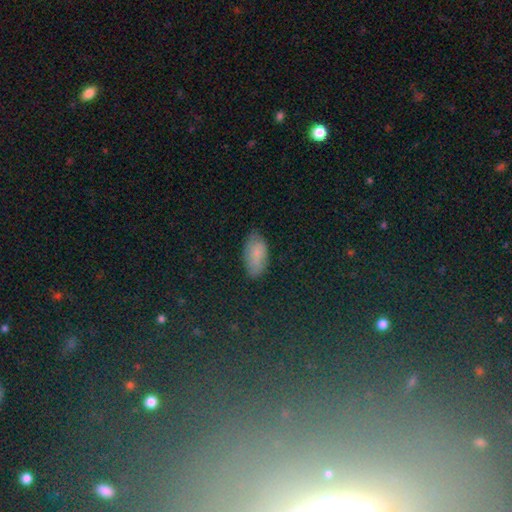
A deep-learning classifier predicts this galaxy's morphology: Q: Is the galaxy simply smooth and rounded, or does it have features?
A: smooth — 78%.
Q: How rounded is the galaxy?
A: in between — 94%.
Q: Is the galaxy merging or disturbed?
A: none — 76%.